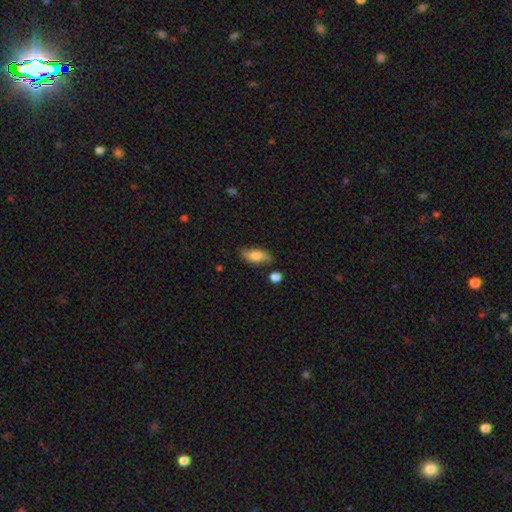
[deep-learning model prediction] Morphology: type=smooth (74%); roundness=in between (84%); merging=none (74%).